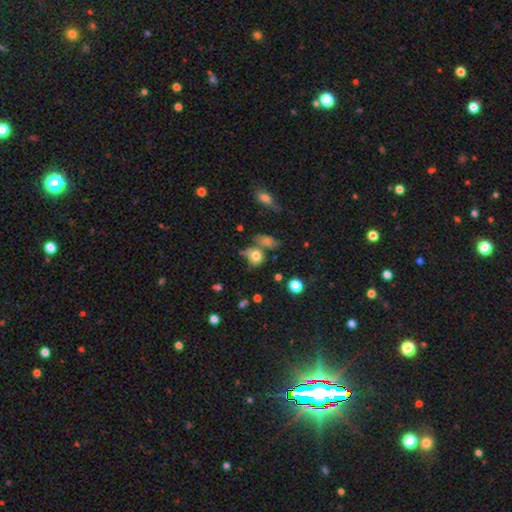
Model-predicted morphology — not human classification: Overall: smooth (75%). How rounded: round (69%; in between 29%). Merging: none (45%; merger 25%).